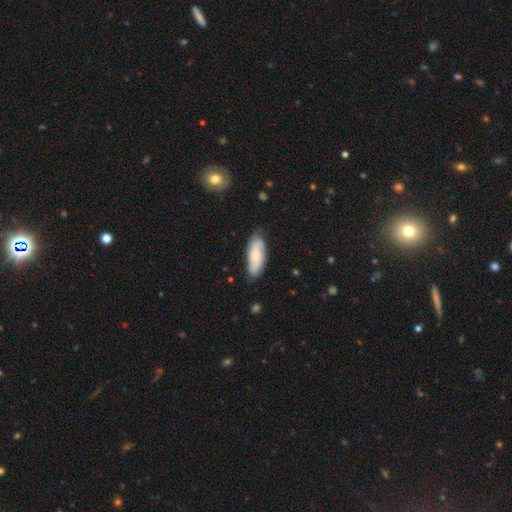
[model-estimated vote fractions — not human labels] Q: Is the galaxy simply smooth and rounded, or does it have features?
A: smooth — 64%.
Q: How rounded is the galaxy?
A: in between — 76%.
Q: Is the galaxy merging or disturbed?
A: none — 78%.